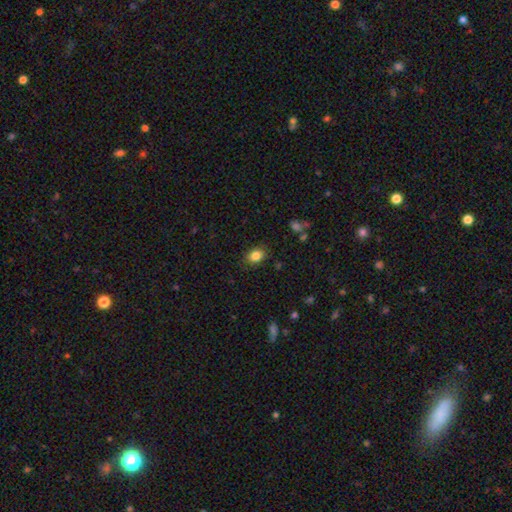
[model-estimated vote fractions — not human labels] A smooth galaxy with no disk features (84%) that is in between round and cigar-shaped (63%). Merging: none (85%).